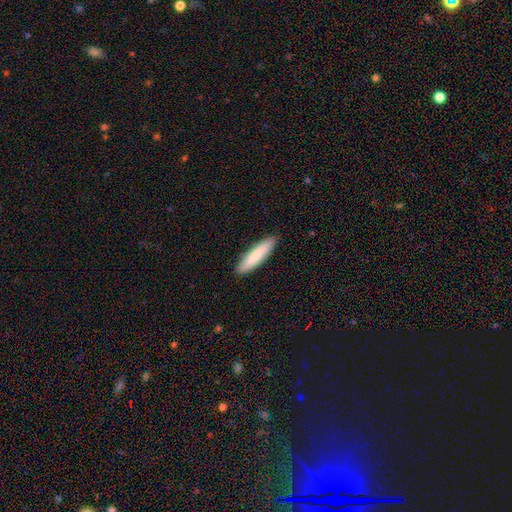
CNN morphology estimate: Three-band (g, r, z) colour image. It shows a smooth galaxy with no disk features (84%) that is cigar-shaped (78%). Merging: none (90%).